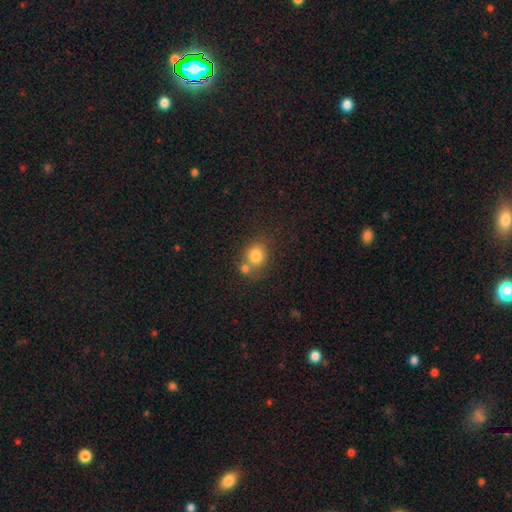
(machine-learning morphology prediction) This is likely a smooth galaxy (80%). How rounded: likely round (74%). Merging: possibly none (52%).